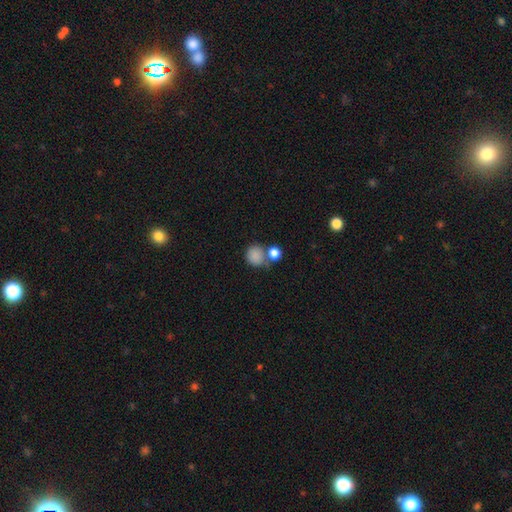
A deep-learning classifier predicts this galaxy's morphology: Smooth or featured?
  - smooth: 85% *
  - star or artifact: 9%
  - featured or disk: 6%
How rounded?
  - round: 81% *
  - in between: 18%
  - cigar-shaped: 1%
Merging?
  - none: 50% *
  - merger: 33%
  - minor disturbance: 12%
  - major disturbance: 5%